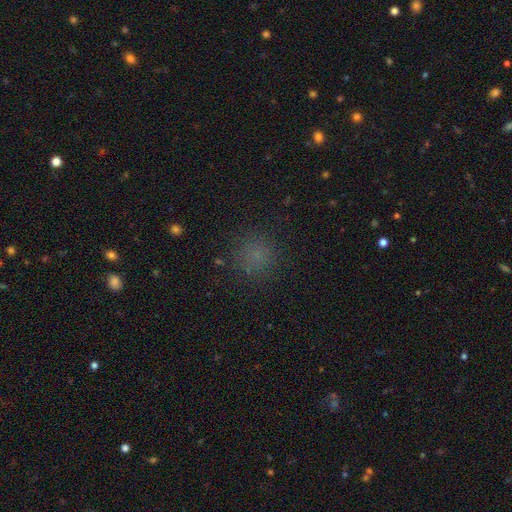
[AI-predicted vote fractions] Smooth or featured: smooth — 71% (star or artifact — 23%)
How rounded: round — 92% (in between — 7%)
Merging: none — 85% (minor disturbance — 9%)